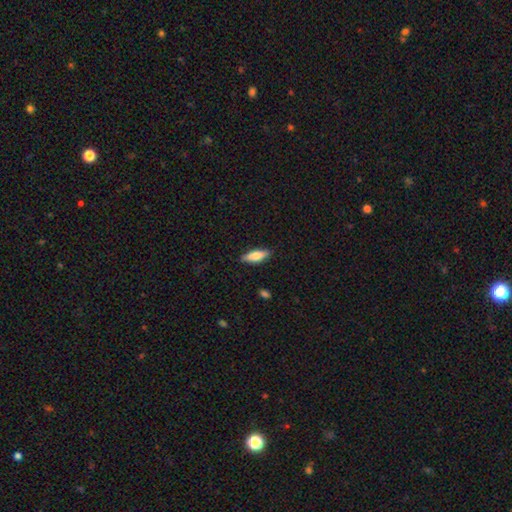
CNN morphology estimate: Smooth or featured: smooth — 76% (featured or disk — 18%)
How rounded: in between — 61% (cigar-shaped — 37%)
Merging: none — 86% (minor disturbance — 10%)